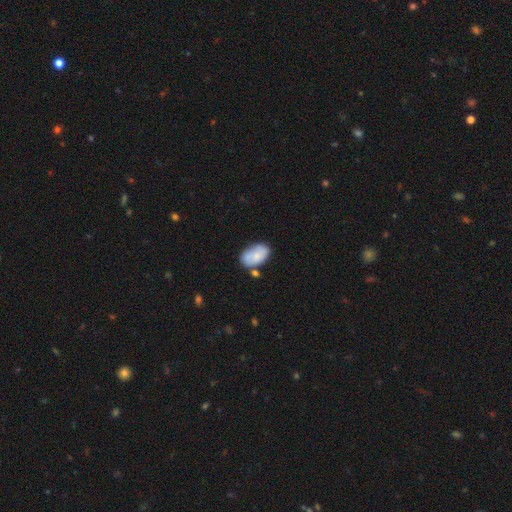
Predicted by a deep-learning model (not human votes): A smooth galaxy with no disk features (73%) that is in between round and cigar-shaped (92%). Merging: none (58%).